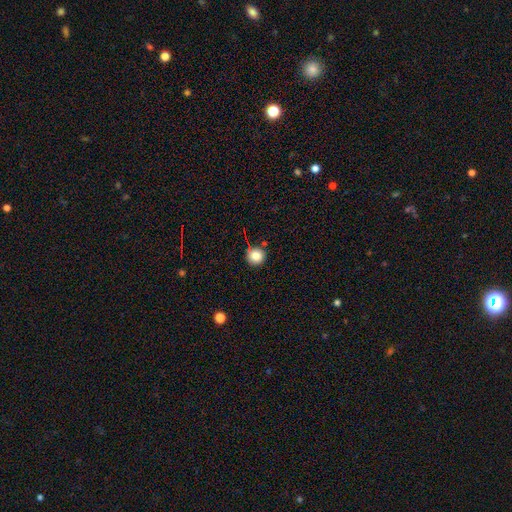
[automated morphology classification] smooth 83%, star or artifact 10%, featured or disk 7%. Down the decision tree: how rounded — round (95%); merging — none (83%).